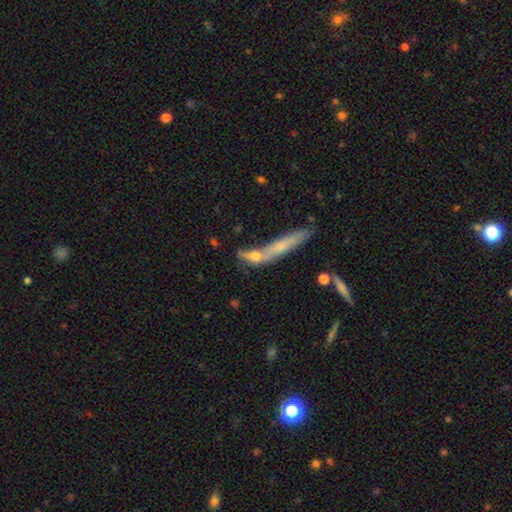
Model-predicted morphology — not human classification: A smooth galaxy with no disk features (45%).

Vote fractions:
- Smooth or featured? smooth: 45% / featured or disk: 40% / star or artifact: 15%
- Merging? none: 51% / merger: 27% / minor disturbance: 14% / major disturbance: 8%